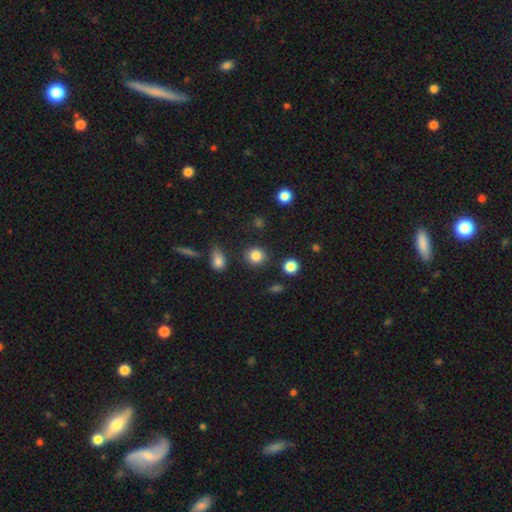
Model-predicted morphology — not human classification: A smooth galaxy with no disk features (84%) that is round (88%). Merging: none (86%).